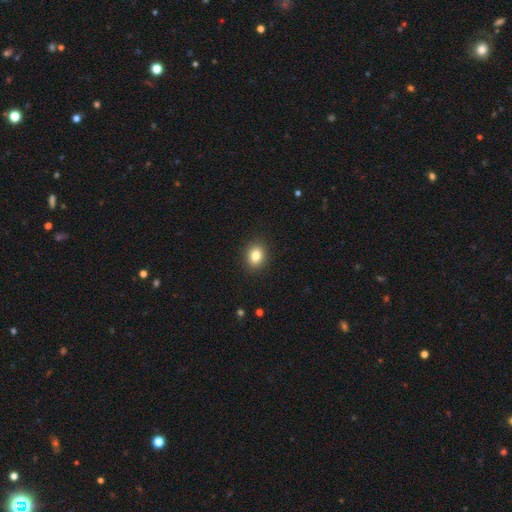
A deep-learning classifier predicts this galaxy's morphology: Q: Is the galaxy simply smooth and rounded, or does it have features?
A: smooth — 83%.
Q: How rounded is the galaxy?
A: round — 56%.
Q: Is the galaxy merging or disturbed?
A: none — 90%.